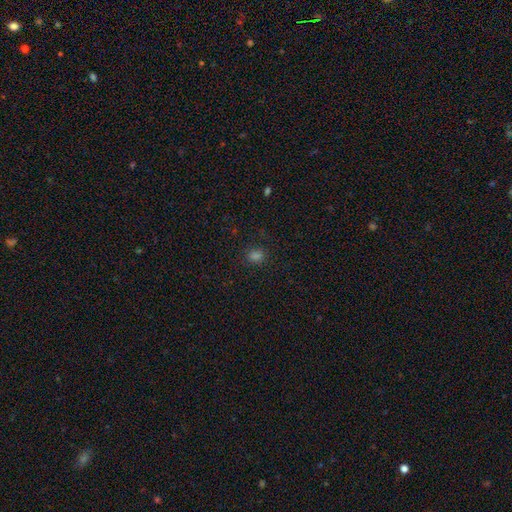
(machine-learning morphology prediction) Smooth or featured? smooth (74%)
How rounded? round (56%)
Merging? none (85%)